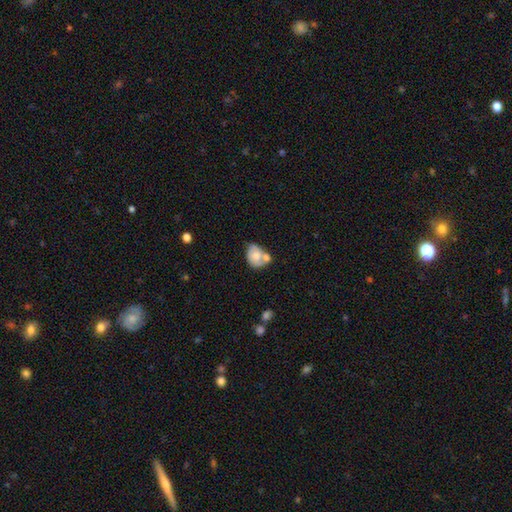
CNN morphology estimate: smooth-or-featured: smooth: 65% | featured or disk: 28% | star or artifact: 7%
  how-rounded: in between: 62% | round: 37% | cigar-shaped: 1%
  merging: merger: 46% | none: 28% | minor disturbance: 19% | major disturbance: 8%